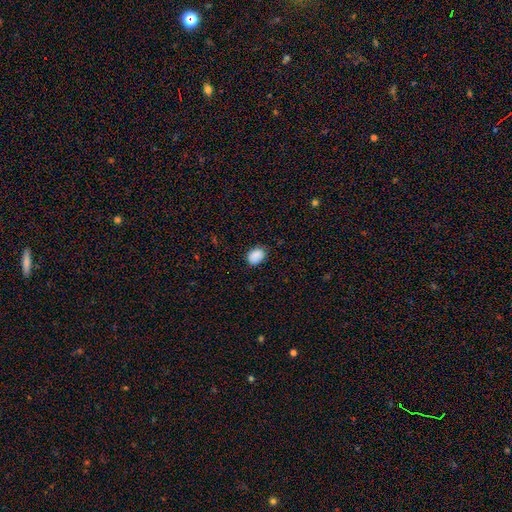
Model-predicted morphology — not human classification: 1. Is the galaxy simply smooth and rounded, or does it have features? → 87% smooth, 8% star or artifact, 5% featured or disk.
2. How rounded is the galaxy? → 71% in between, 28% round, 1% cigar-shaped.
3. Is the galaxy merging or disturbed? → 78% none, 18% minor disturbance, 3% major disturbance, 1% merger.